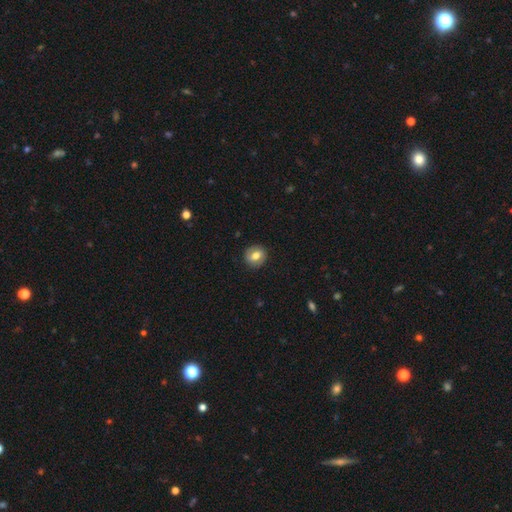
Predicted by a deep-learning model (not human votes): smooth-or-featured: smooth: 63% | featured or disk: 28% | star or artifact: 9%
  how-rounded: round: 72% | in between: 27% | cigar-shaped: 1%
  merging: none: 86% | minor disturbance: 10% | major disturbance: 3% | merger: 1%